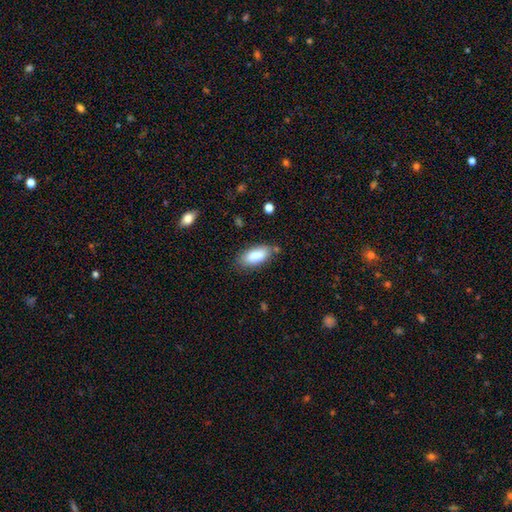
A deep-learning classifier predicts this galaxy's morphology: Smooth or featured?
  - smooth: 84% *
  - featured or disk: 10%
  - star or artifact: 7%
How rounded?
  - in between: 87% *
  - cigar-shaped: 11%
  - round: 2%
Merging?
  - none: 78% *
  - minor disturbance: 15%
  - major disturbance: 4%
  - merger: 3%